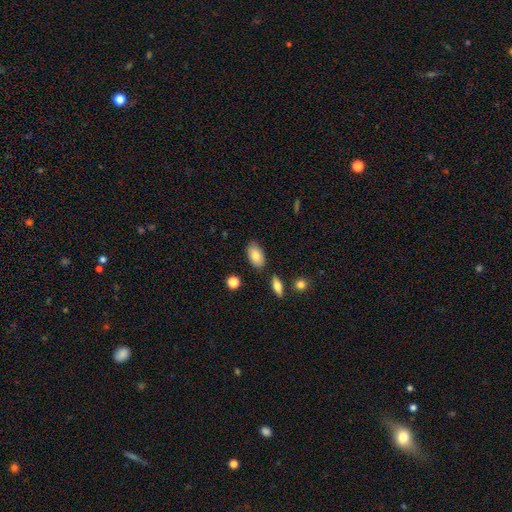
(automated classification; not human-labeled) Smooth or featured? smooth (80%)
How rounded? in between (93%)
Merging? none (82%)